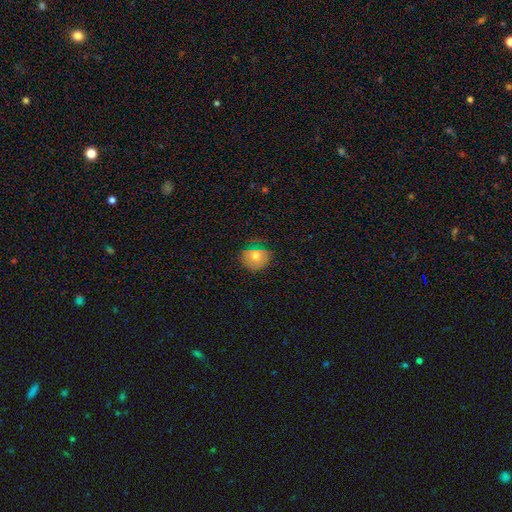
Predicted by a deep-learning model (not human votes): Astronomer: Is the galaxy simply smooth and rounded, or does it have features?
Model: smooth — 67%.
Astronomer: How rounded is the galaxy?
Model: round — 67%.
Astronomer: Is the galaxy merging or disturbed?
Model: none — 64%.